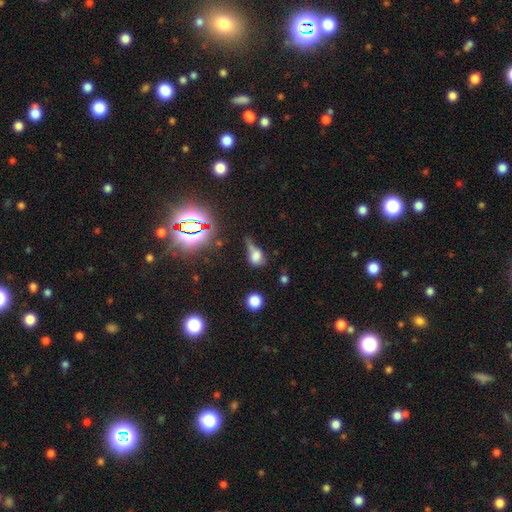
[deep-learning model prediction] smooth_or_featured: smooth (p=0.58) [alt: star or artifact p=0.21]
how_rounded: in between (p=0.53) [alt: round p=0.42]
merging: major disturbance (p=0.30) [alt: minor disturbance p=0.27]